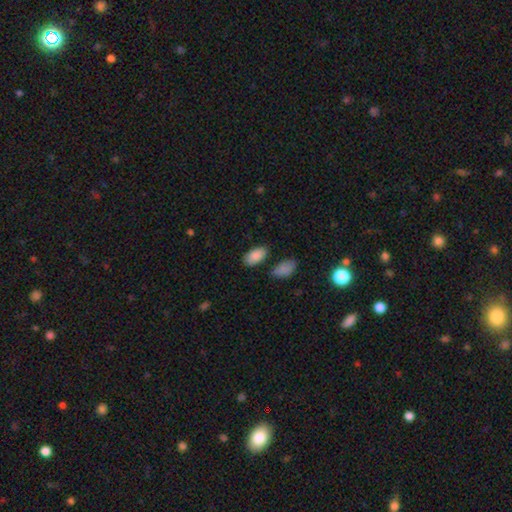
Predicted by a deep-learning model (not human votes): Smooth or featured? Predicted: smooth (p=0.89). How rounded? Predicted: in between (p=0.95). Merging? Predicted: none (p=0.79).